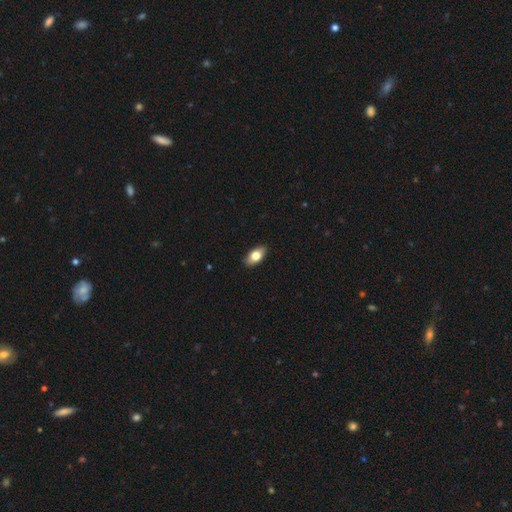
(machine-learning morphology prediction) Overall: smooth (76%). How rounded: in between (89%). Merging: none (88%).